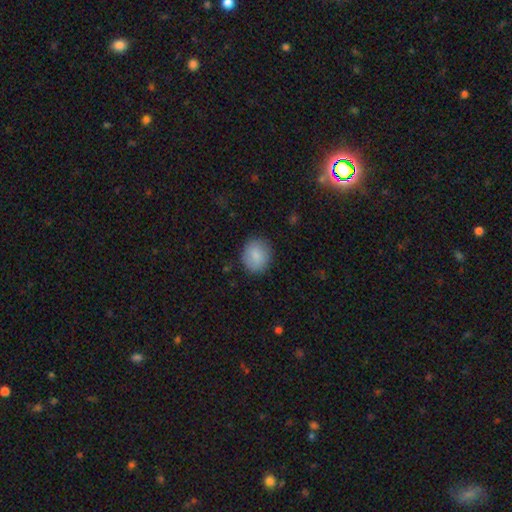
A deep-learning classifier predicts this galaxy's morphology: Q: Smooth or featured?
A: smooth (85%); runner-up: featured or disk (8%)
Q: How rounded?
A: round (69%); runner-up: in between (30%)
Q: Merging?
A: none (85%); runner-up: minor disturbance (11%)